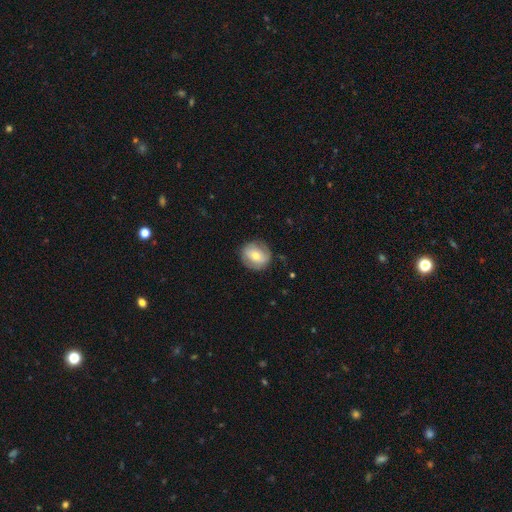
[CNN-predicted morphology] Overall: smooth (54%; featured or disk 39%). How rounded: round (82%). Merging: none (82%).